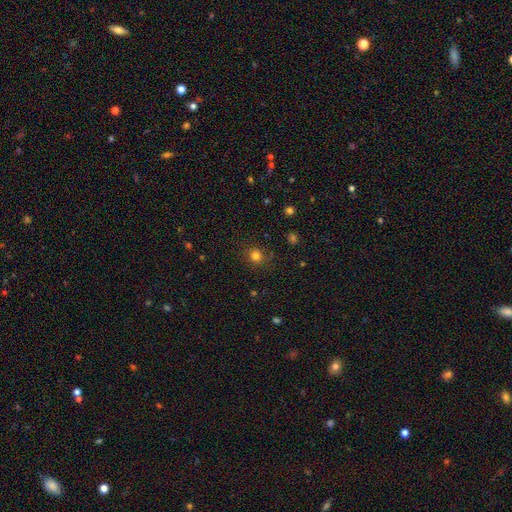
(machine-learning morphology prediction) smooth_or_featured: smooth (p=0.79) [alt: star or artifact p=0.16]
how_rounded: round (p=0.90) [alt: in between p=0.09]
merging: none (p=0.87) [alt: minor disturbance p=0.09]